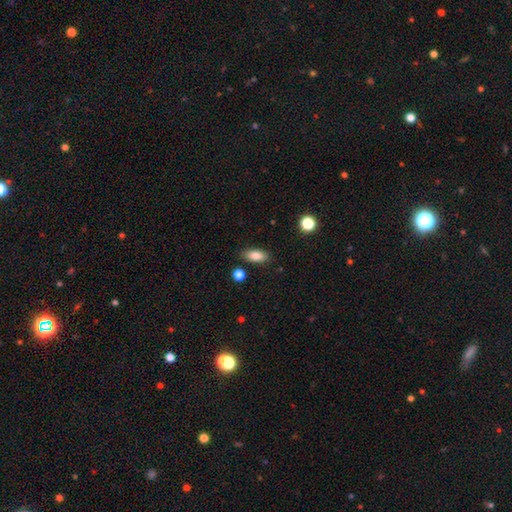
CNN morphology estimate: This appears to be a smooth galaxy with no disk features (83%) that is in between round and cigar-shaped (85%). Merging: none (84%).